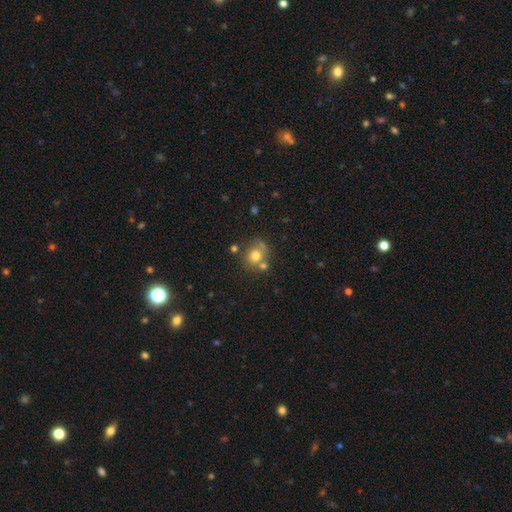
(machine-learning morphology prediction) smooth 70%, featured or disk 18%, star or artifact 12%. Down the decision tree: how rounded — round (78%); merging — none (49%).